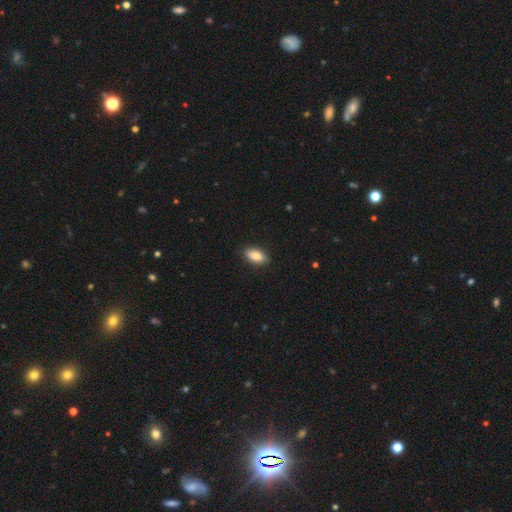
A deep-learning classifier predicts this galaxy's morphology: A smooth galaxy with no disk features (86%) that is in between round and cigar-shaped (91%).

Vote fractions:
- Smooth or featured? smooth: 86% / featured or disk: 7% / star or artifact: 7%
- How rounded? in between: 91% / cigar-shaped: 5% / round: 4%
- Merging? none: 89% / minor disturbance: 8% / major disturbance: 2% / merger: 1%